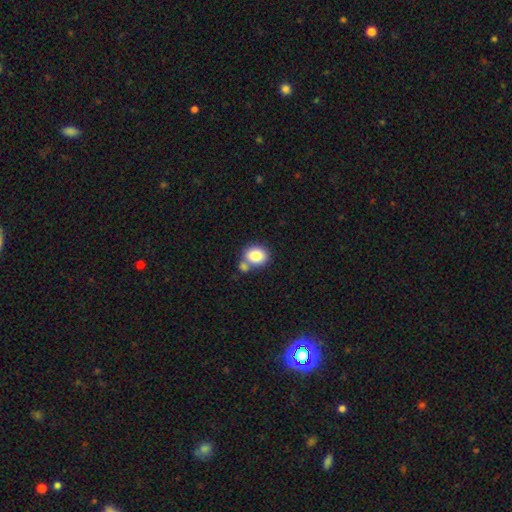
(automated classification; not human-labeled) The model was most divided on "how rounded": round: 57%, in between: 42%, cigar-shaped: 1%. More confident: smooth or featured — smooth (83%); merging — none (54%).